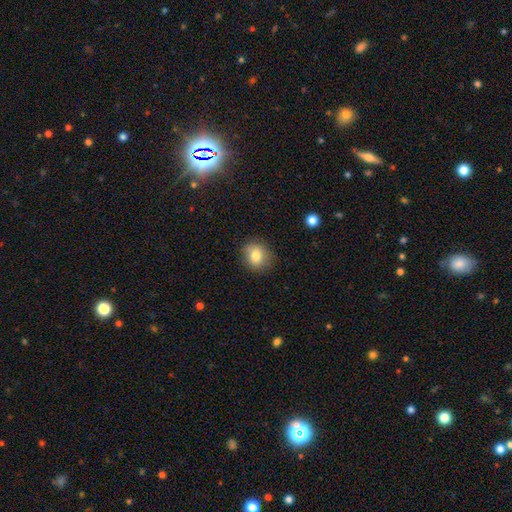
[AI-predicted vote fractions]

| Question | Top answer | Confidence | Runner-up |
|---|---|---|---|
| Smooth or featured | smooth | 80% | star or artifact (10%) |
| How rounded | round | 75% | in between (24%) |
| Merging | none | 83% | minor disturbance (13%) |